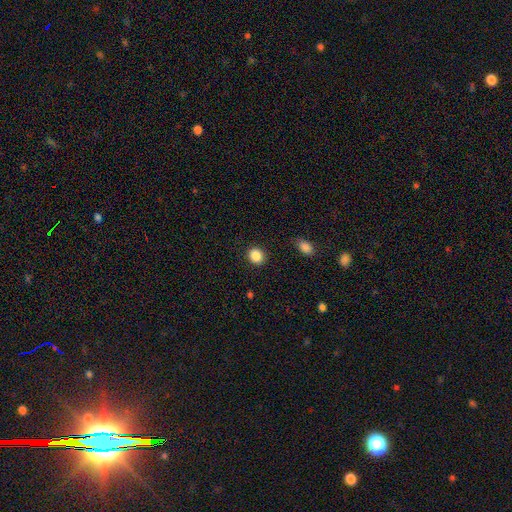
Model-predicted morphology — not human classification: A smooth galaxy with no disk features (87%) that is round (73%). Merging: none (89%).